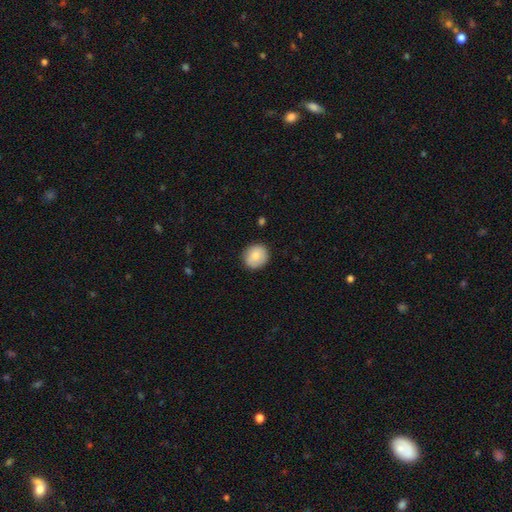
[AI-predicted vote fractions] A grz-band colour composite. It shows a smooth galaxy with no disk features (80%) that is round (81%). Merging: none (86%).